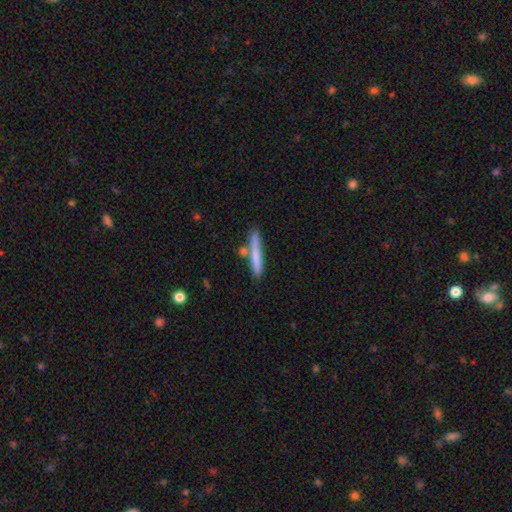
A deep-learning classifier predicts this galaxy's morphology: A smooth galaxy with no disk features (73%) that is cigar-shaped (94%).

Vote fractions:
- Smooth or featured? smooth: 73% / featured or disk: 21% / star or artifact: 6%
- How rounded? cigar-shaped: 94% / in between: 4% / round: 1%
- Merging? none: 75% / minor disturbance: 13% / merger: 9% / major disturbance: 3%